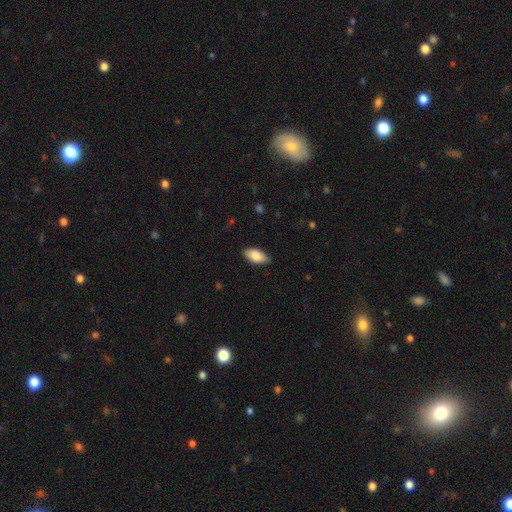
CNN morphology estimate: Smooth or featured: smooth — 85% (featured or disk — 9%)
How rounded: in between — 92% (cigar-shaped — 6%)
Merging: none — 84% (minor disturbance — 13%)